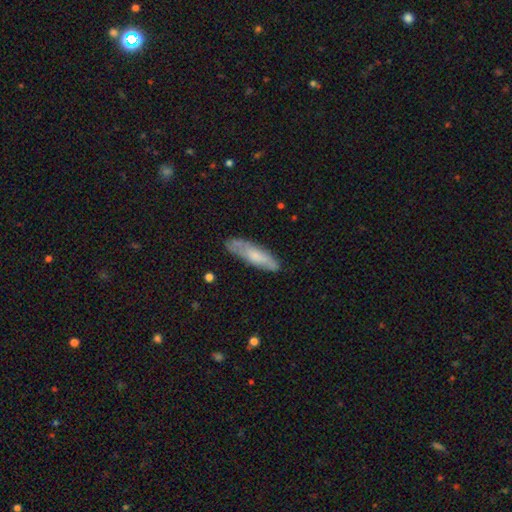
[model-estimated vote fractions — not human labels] A smooth galaxy with no disk features (62%) that is cigar-shaped (65%). Merging: none (72%).